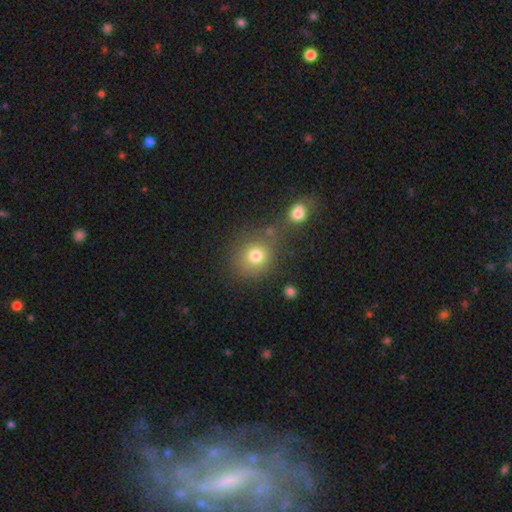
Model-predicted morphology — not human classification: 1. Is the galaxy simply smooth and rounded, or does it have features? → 77% smooth, 14% star or artifact, 9% featured or disk.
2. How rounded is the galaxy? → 83% round, 16% in between, 1% cigar-shaped.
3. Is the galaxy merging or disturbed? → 63% none, 19% merger, 12% minor disturbance, 6% major disturbance.